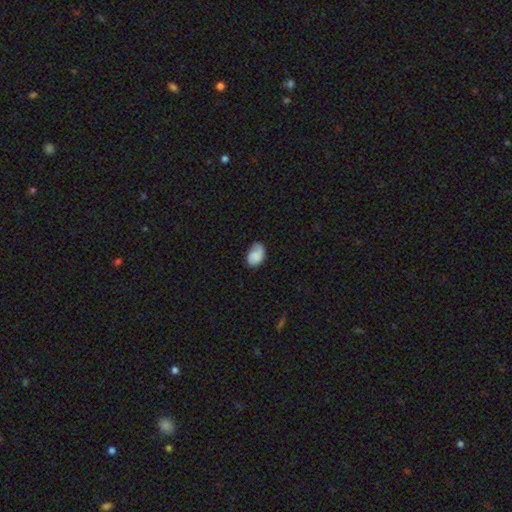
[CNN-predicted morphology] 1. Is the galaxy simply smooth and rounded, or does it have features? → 71% smooth, 21% featured or disk, 8% star or artifact.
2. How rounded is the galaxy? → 83% in between, 16% round, 1% cigar-shaped.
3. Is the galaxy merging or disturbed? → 52% none, 33% minor disturbance, 13% major disturbance, 2% merger.